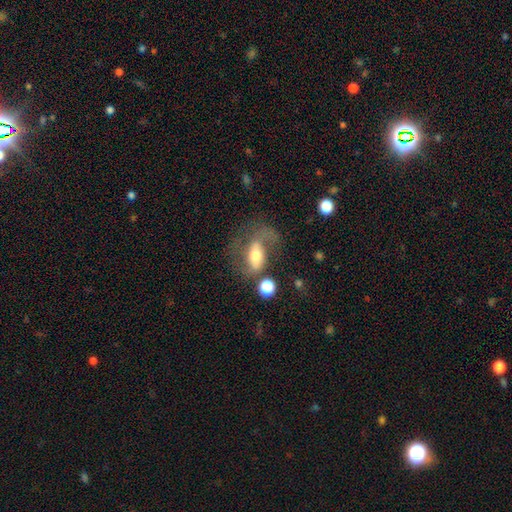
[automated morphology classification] featured or disk 51%, smooth 38%, star or artifact 10%. Down the decision tree: edge-on disk — no (91%); merging — major disturbance (38%).